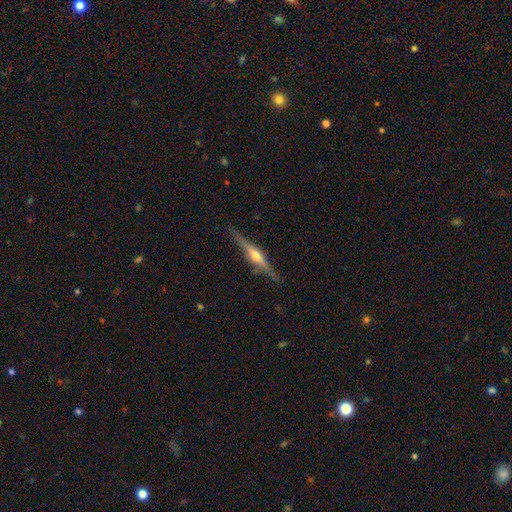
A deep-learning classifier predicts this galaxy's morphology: type=featured or disk (75%); edge-on=yes (97%); edge-on bulge=rounded (89%); merging=none (87%).